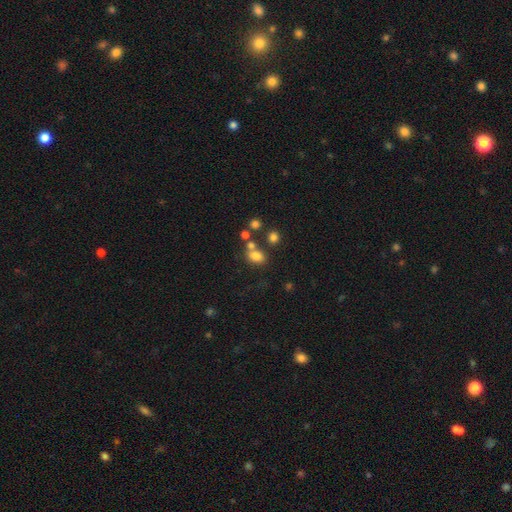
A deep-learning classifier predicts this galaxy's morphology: This is likely a smooth galaxy (76%). How rounded: possibly in between (57%). Merging: possibly none (56%).